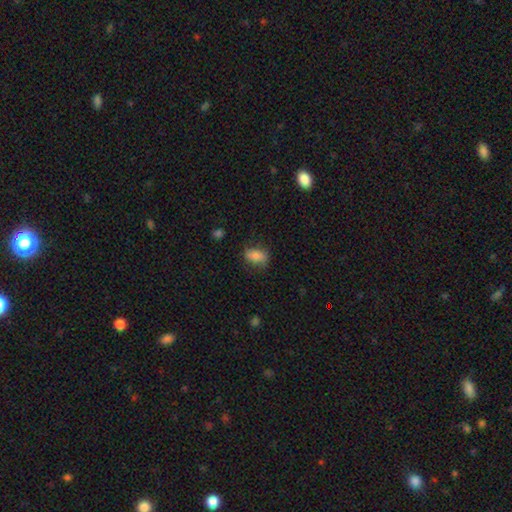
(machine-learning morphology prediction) Smooth or featured: smooth — 78% (featured or disk — 13%)
How rounded: in between — 85% (round — 11%)
Merging: none — 69% (minor disturbance — 23%)